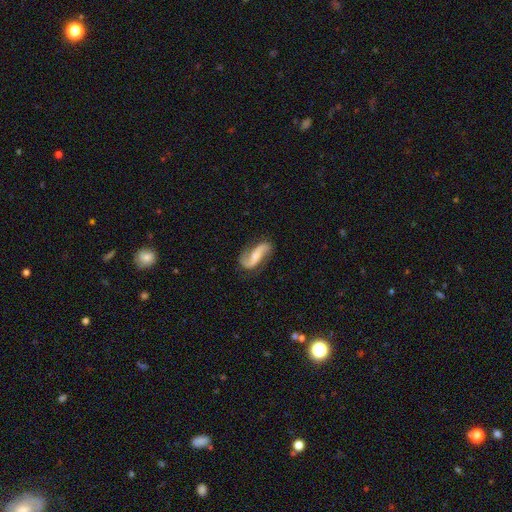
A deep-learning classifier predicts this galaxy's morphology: A featured or disk galaxy (82%) with no bar (41%), 2 (90%) loose (66%) spiral arms (96%) and a small central bulge (45%). Merging: none (73%).